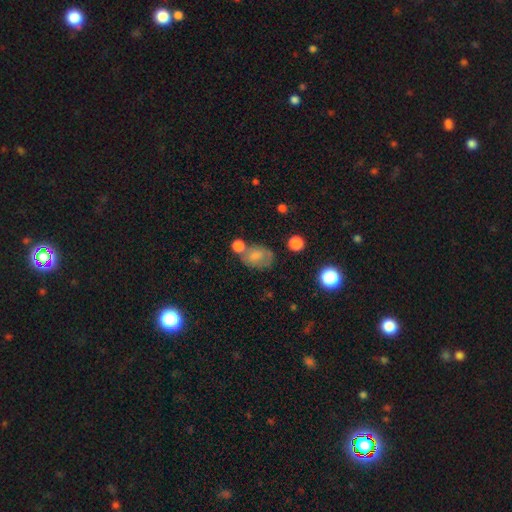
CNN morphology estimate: A smooth galaxy with no disk features (71%) that is in between round and cigar-shaped (74%).

Vote fractions:
- Smooth or featured? smooth: 71% / featured or disk: 18% / star or artifact: 11%
- How rounded? in between: 74% / round: 24% / cigar-shaped: 1%
- Merging? none: 43% / minor disturbance: 23% / merger: 21% / major disturbance: 13%